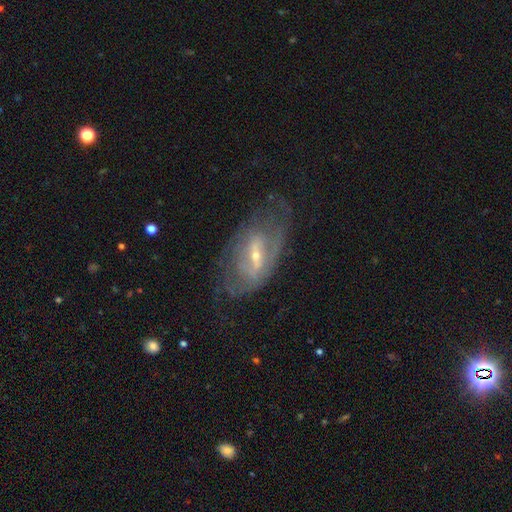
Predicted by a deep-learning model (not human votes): This is likely a featured or disk galaxy (78%). It is clearly not viewed edge-on (89%). Bar: marginally weak (41%). Spiral arm pattern: likely yes (73%). Spiral arm count: marginally 2 (45%). Spiral winding: marginally tight (42%). Central bulge: likely small (64%). Merging: likely none (61%).